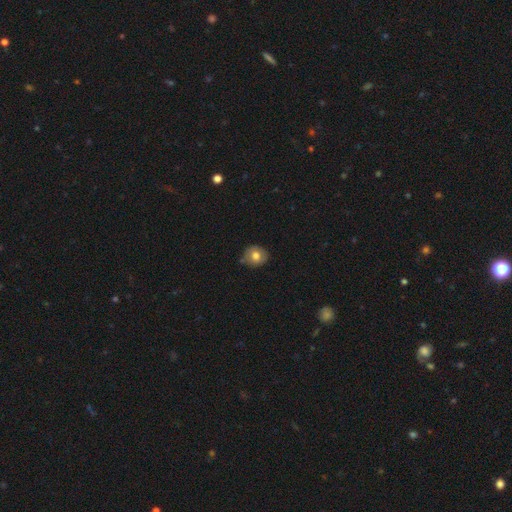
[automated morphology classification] smooth-or-featured: smooth: 75% | featured or disk: 16% | star or artifact: 9%
  how-rounded: round: 75% | in between: 24% | cigar-shaped: 1%
  merging: none: 76% | minor disturbance: 17% | merger: 4% | major disturbance: 3%